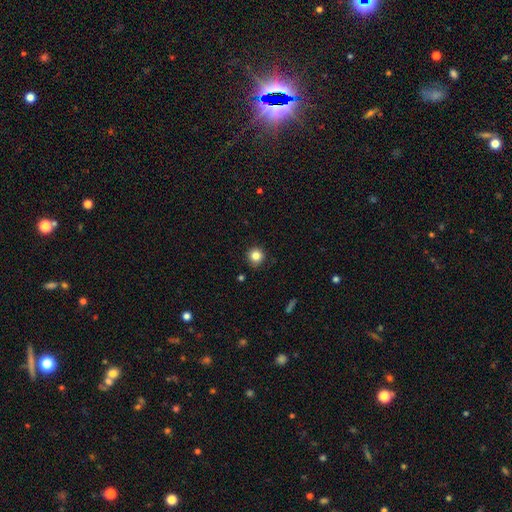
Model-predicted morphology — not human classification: Q: Smooth or featured?
A: smooth (83%); runner-up: star or artifact (11%)
Q: How rounded?
A: round (94%); runner-up: in between (5%)
Q: Merging?
A: none (89%); runner-up: minor disturbance (8%)